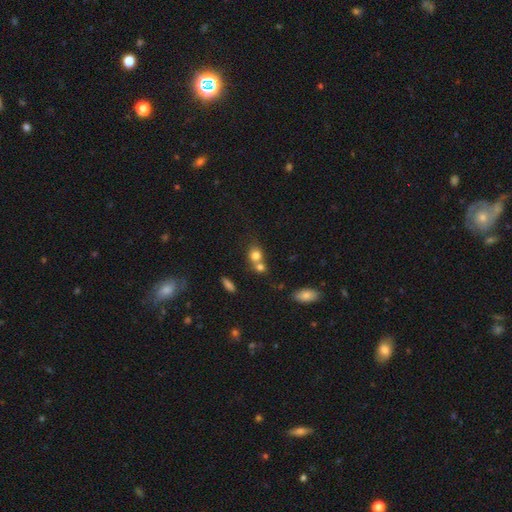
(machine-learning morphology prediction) Smooth or featured: smooth — 77% (star or artifact — 12%)
How rounded: round — 68% (in between — 30%)
Merging: merger — 52% (none — 36%)